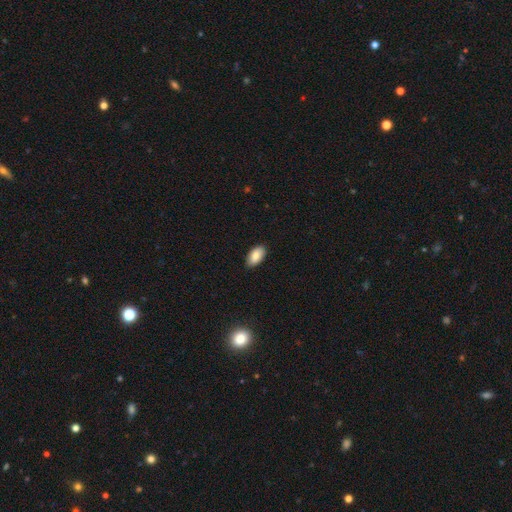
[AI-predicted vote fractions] This appears to be a smooth galaxy with no disk features (86%) that is in between round and cigar-shaped (95%). Merging: none (86%).